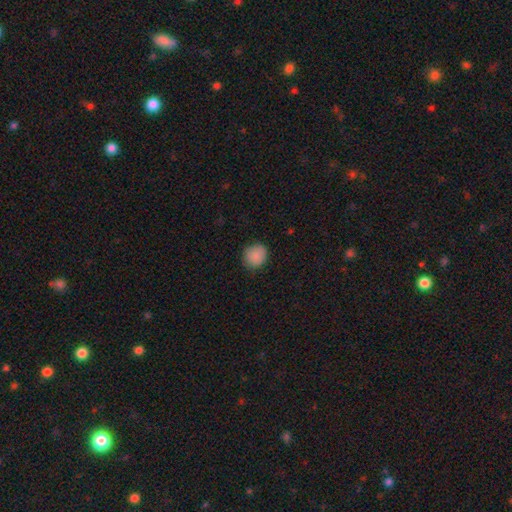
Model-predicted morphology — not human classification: smooth_or_featured: smooth (p=0.87) [alt: star or artifact p=0.08]
how_rounded: round (p=0.83) [alt: in between p=0.16]
merging: none (p=0.83) [alt: minor disturbance p=0.13]